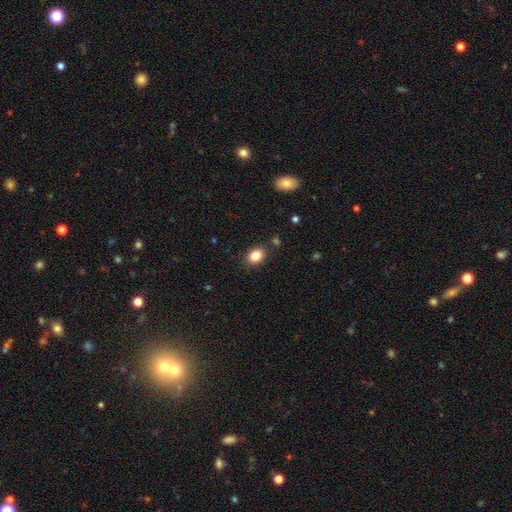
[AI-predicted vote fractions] Overall: smooth (85%). How rounded: in between (69%; round 30%). Merging: none (84%).